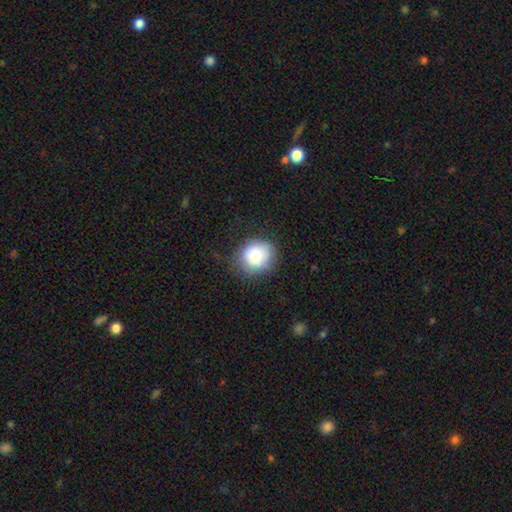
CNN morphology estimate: Smooth or featured? Predicted: smooth (p=0.75). How rounded? Predicted: round (p=0.82). Merging? Predicted: none (p=0.75).